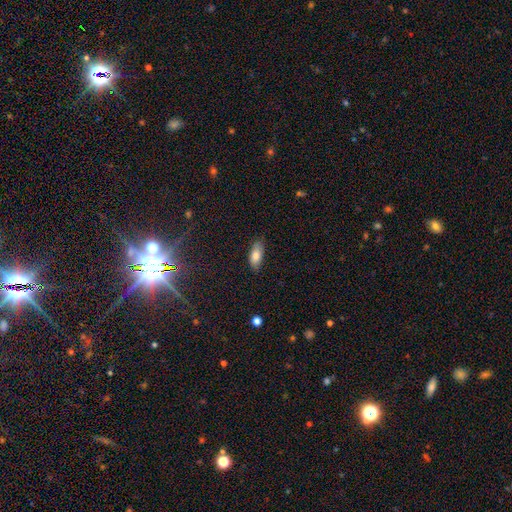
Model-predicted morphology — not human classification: A smooth galaxy with no disk features (82%) that is in between round and cigar-shaped (85%).

Vote fractions:
- Smooth or featured? smooth: 82% / featured or disk: 11% / star or artifact: 7%
- How rounded? in between: 85% / cigar-shaped: 13% / round: 2%
- Merging? none: 81% / minor disturbance: 15% / major disturbance: 3% / merger: 1%